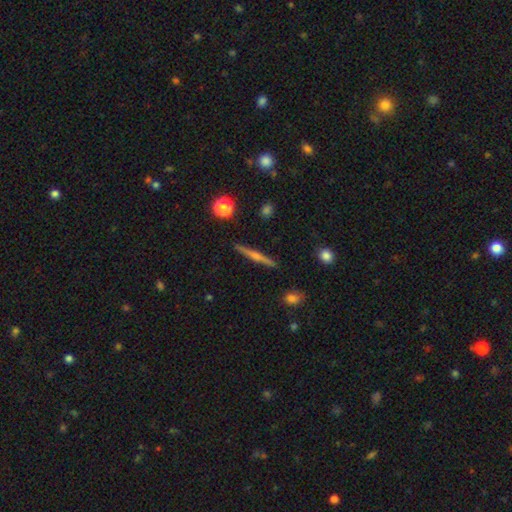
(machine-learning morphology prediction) smooth_or_featured: featured or disk (p=0.66) [alt: smooth p=0.27]
disk_edge_on: yes (p=0.98) [alt: no p=0.02]
edge_on_bulge: rounded (p=0.81) [alt: none p=0.13]
merging: none (p=0.91) [alt: minor disturbance p=0.06]